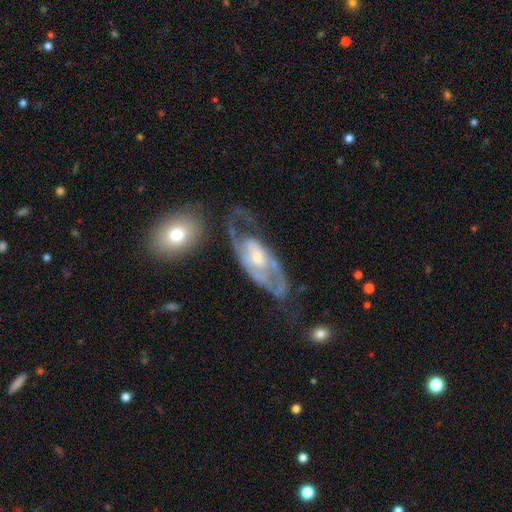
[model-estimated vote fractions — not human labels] smooth_or_featured: featured or disk (p=0.81) [alt: smooth p=0.13]
disk_edge_on: no (p=0.91) [alt: yes p=0.09]
bar: no (p=0.58) [alt: weak p=0.33]
has_spiral_arms: yes (p=0.82) [alt: no p=0.18]
spiral_winding: tight (p=0.41) [tied with: medium p=0.41]
spiral_arm_count: 2 (p=0.51) [alt: can't tell p=0.29]
bulge_size: moderate (p=0.47) [alt: small p=0.41]
merging: none (p=0.46) [alt: major disturbance p=0.26]